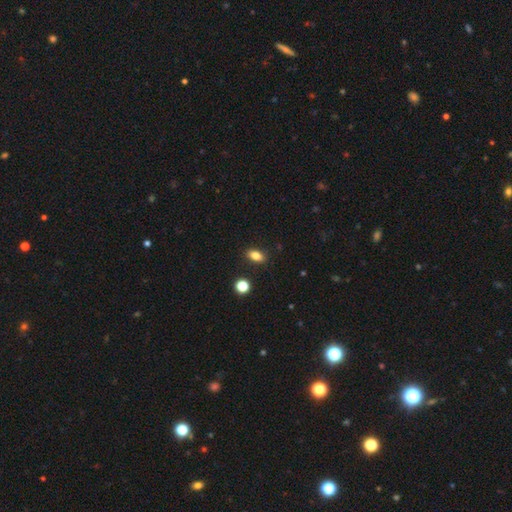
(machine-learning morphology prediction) Smooth or featured? smooth (81%)
How rounded? in between (83%)
Merging? none (87%)